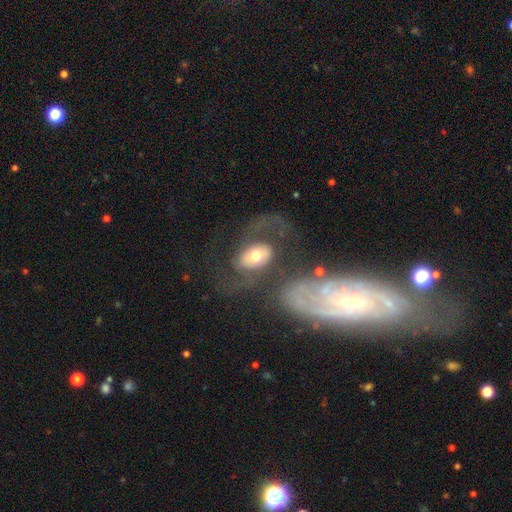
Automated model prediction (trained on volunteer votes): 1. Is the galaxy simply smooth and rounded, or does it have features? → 53% featured or disk, 40% smooth, 7% star or artifact.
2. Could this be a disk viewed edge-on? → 93% no, 7% yes.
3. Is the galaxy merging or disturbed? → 49% none, 25% major disturbance, 15% minor disturbance, 10% merger.